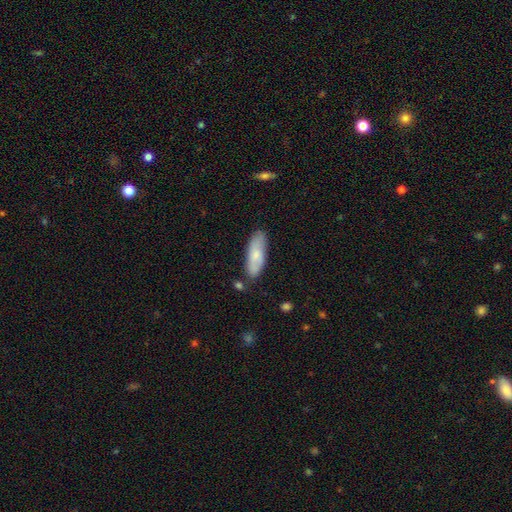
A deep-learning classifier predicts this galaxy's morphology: This is likely a smooth galaxy (73%). How rounded: likely in between (63%). Merging: likely none (75%).